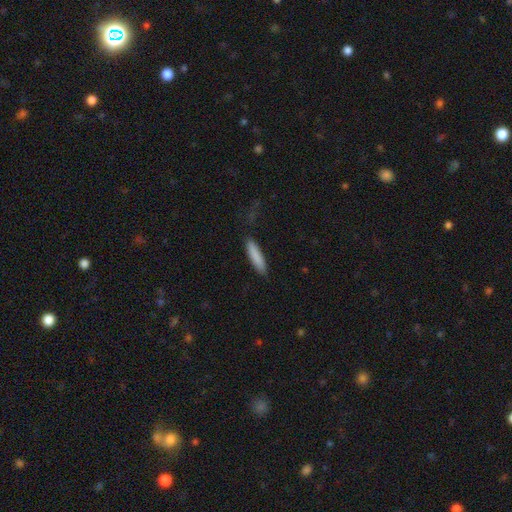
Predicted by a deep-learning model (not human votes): Smooth or featured: smooth — 87% (featured or disk — 7%)
How rounded: cigar-shaped — 78% (in between — 21%)
Merging: none — 86% (minor disturbance — 10%)